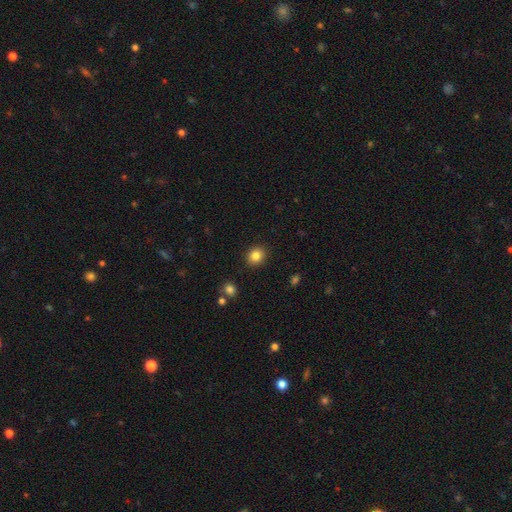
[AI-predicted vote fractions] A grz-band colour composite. It shows a smooth galaxy with no disk features (84%) that is round (70%). Merging: none (90%).